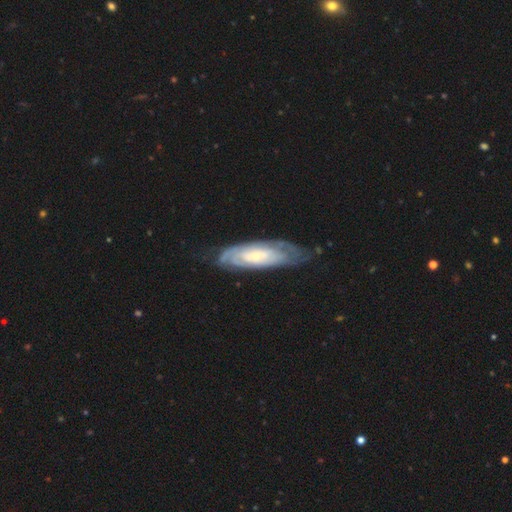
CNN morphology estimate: type=featured or disk (74%); edge-on=no (83%); bar=no (68%); spiral arms=yes (88%); winding=tight (74%); arm count=can't tell (61%); bulge=small (66%); merging=none (67%).